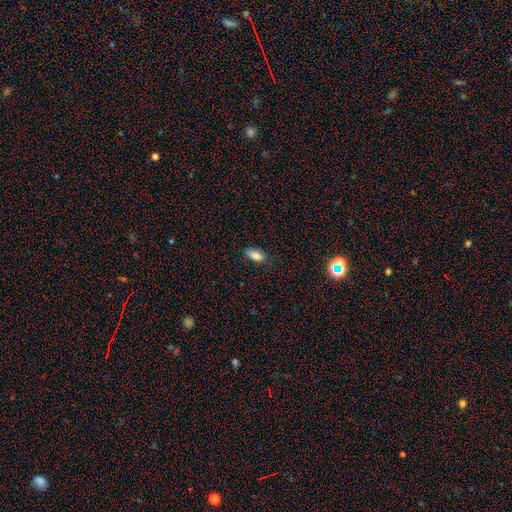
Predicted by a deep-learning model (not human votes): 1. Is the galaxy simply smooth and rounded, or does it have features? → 84% smooth, 9% star or artifact, 7% featured or disk.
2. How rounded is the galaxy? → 87% in between, 9% cigar-shaped, 3% round.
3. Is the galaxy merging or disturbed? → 78% none, 18% minor disturbance, 3% major disturbance, 1% merger.